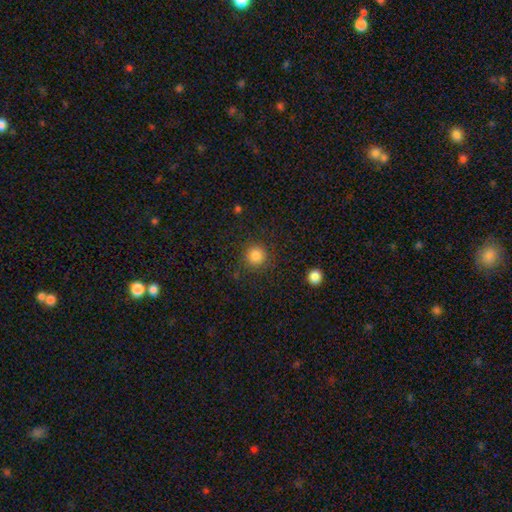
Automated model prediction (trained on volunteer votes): This appears to be a smooth galaxy with no disk features (84%) that is round (94%). Merging: none (88%).